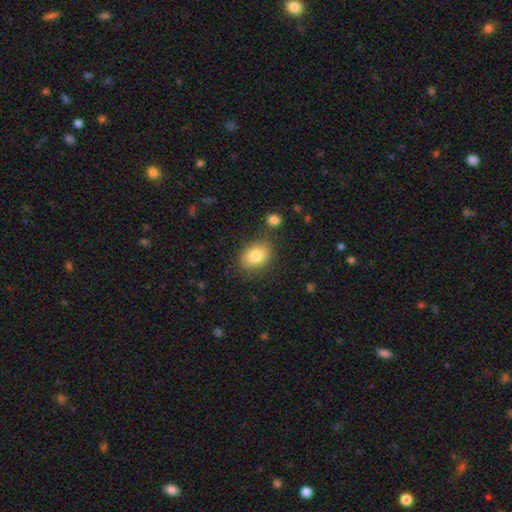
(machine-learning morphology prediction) Smooth or featured?
  - smooth: 82% *
  - featured or disk: 9%
  - star or artifact: 8%
How rounded?
  - in between: 77% *
  - round: 22%
  - cigar-shaped: 1%
Merging?
  - none: 79% *
  - minor disturbance: 13%
  - merger: 5%
  - major disturbance: 4%